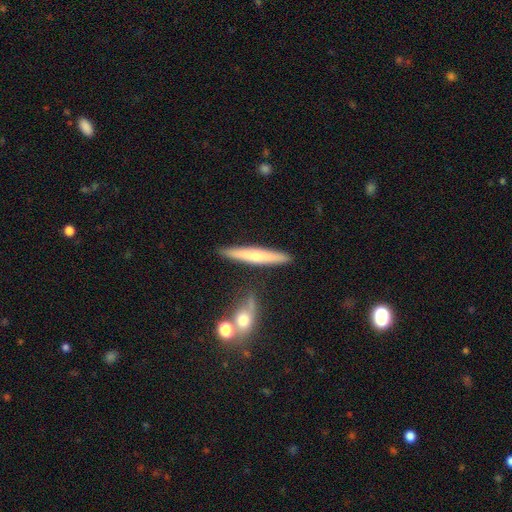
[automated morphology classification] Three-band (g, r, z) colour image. It shows a smooth galaxy with no disk features (54%) that is cigar-shaped (93%). Merging: none (85%).